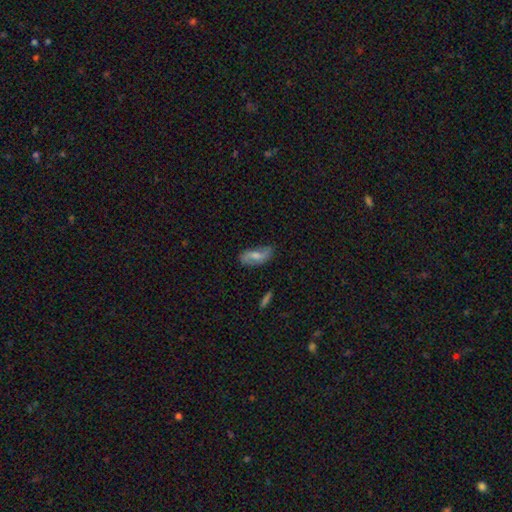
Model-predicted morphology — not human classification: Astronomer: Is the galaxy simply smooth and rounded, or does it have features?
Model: featured or disk — 51% (runner-up: smooth, 42%).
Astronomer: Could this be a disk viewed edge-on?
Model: no — 91%.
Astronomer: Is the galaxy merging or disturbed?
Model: none — 68%.